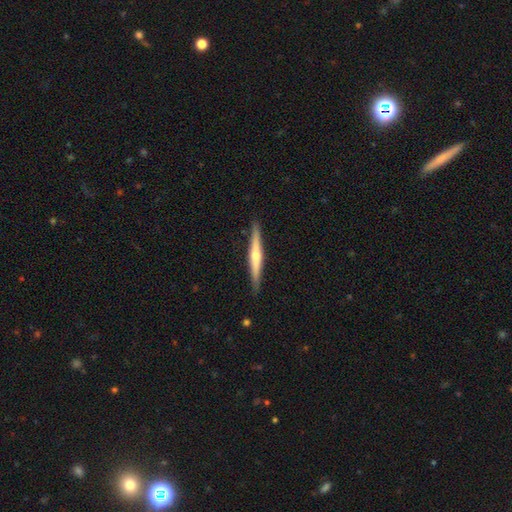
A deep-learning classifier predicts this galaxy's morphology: This appears to be a featured or disk galaxy (63%) viewed edge-on (98%) with a rounded central bulge (78%). Merging: none (90%).